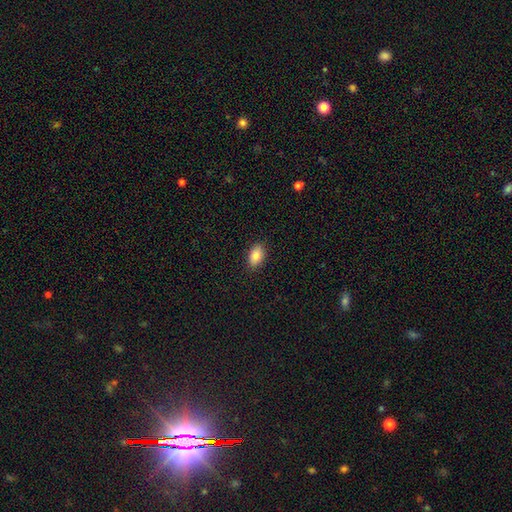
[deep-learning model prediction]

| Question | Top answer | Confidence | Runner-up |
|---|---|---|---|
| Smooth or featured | smooth | 85% | featured or disk (7%) |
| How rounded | in between | 91% | round (7%) |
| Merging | none | 89% | minor disturbance (8%) |